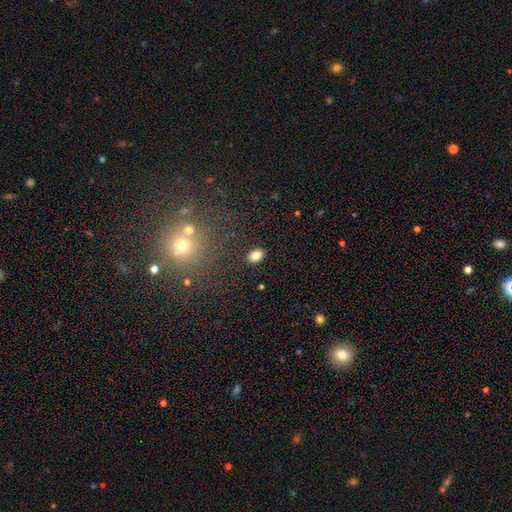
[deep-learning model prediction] Smooth or featured: smooth — 83% (star or artifact — 11%)
How rounded: in between — 83% (round — 15%)
Merging: none — 87% (minor disturbance — 8%)